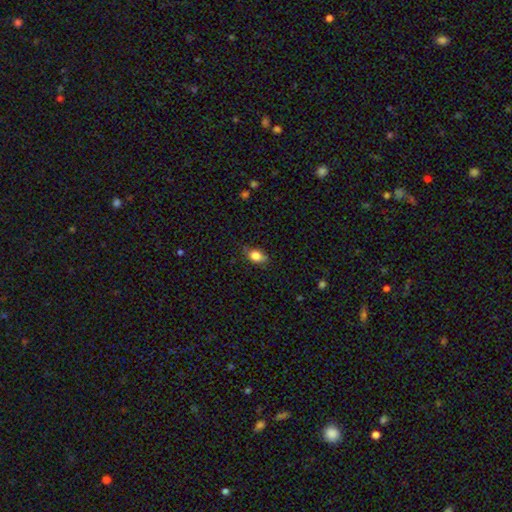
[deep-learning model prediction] Smooth or featured? Predicted: smooth (p=0.83). How rounded? Predicted: in between (p=0.75). Merging? Predicted: none (p=0.69).